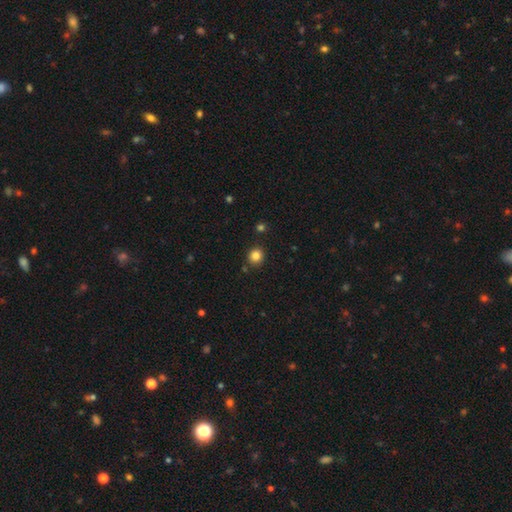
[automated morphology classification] smooth_or_featured: smooth (p=0.83) [alt: star or artifact p=0.12]
how_rounded: round (p=0.89) [alt: in between p=0.11]
merging: none (p=0.88) [alt: minor disturbance p=0.07]